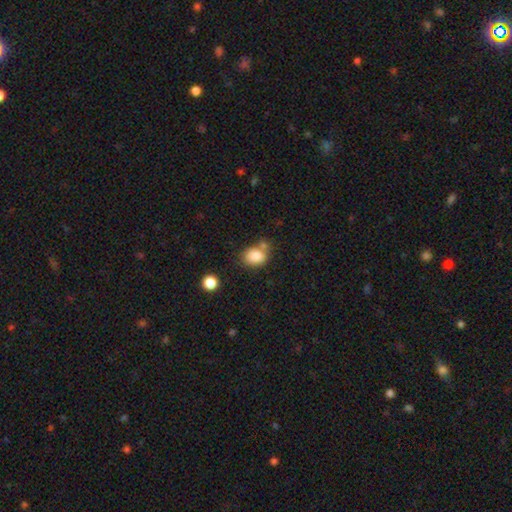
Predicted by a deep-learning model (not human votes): Smooth or featured: smooth — 85% (star or artifact — 9%)
How rounded: in between — 58% (round — 41%)
Merging: none — 56% (merger — 21%)